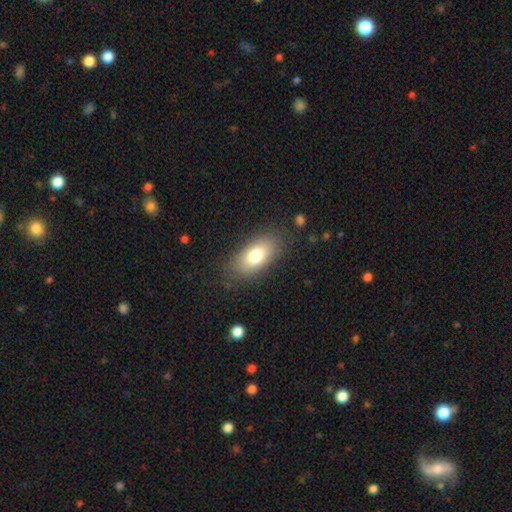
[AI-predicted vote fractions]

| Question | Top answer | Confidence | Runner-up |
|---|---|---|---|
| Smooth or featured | smooth | 76% | featured or disk (16%) |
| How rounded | in between | 88% | cigar-shaped (7%) |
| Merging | none | 82% | minor disturbance (12%) |